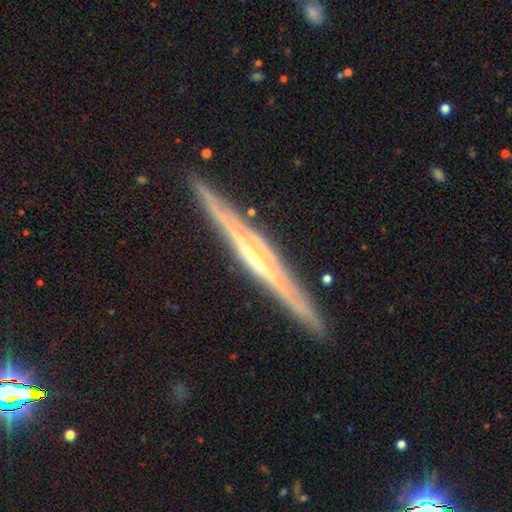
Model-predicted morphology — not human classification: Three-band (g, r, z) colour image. It shows a featured or disk galaxy (84%) viewed edge-on (98%) with a rounded central bulge (60%). Merging: none (91%).